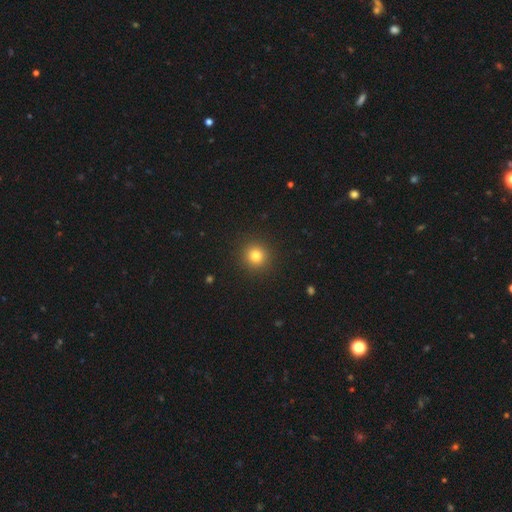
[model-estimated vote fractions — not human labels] Smooth or featured: smooth — 80% (star or artifact — 13%)
How rounded: round — 94% (in between — 5%)
Merging: none — 92% (minor disturbance — 5%)